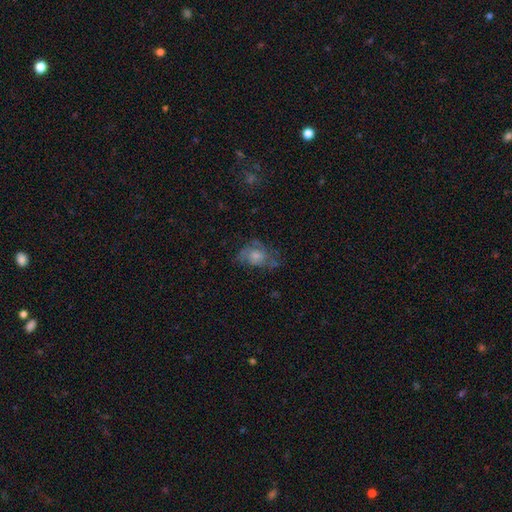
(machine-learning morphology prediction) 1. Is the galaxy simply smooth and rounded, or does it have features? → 46% featured or disk, 44% smooth, 10% star or artifact.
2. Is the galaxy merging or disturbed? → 43% none, 27% minor disturbance, 27% major disturbance, 3% merger.